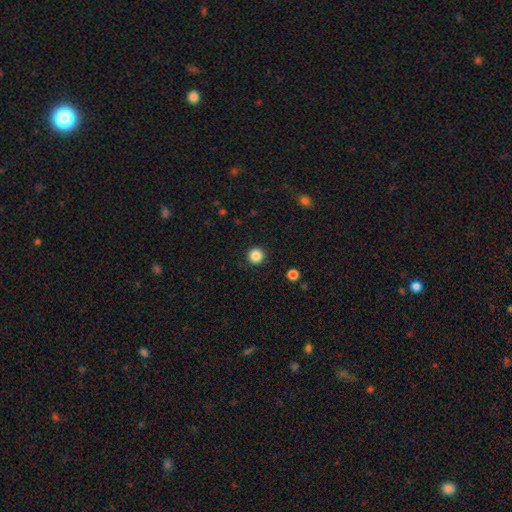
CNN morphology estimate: type=smooth (86%); roundness=round (96%); merging=none (93%).